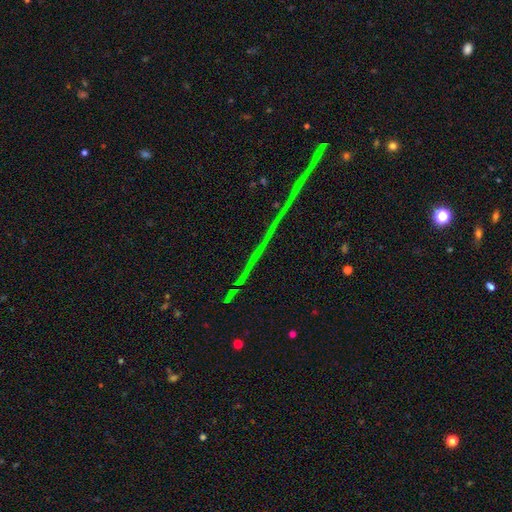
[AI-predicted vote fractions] smooth-or-featured: star or artifact: 83% | featured or disk: 11% | smooth: 7%